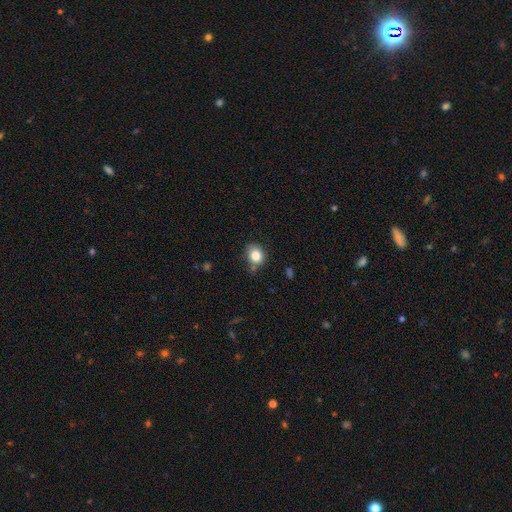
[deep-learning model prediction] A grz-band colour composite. It shows a smooth galaxy with no disk features (83%) that is round (64%). Merging: none (64%).